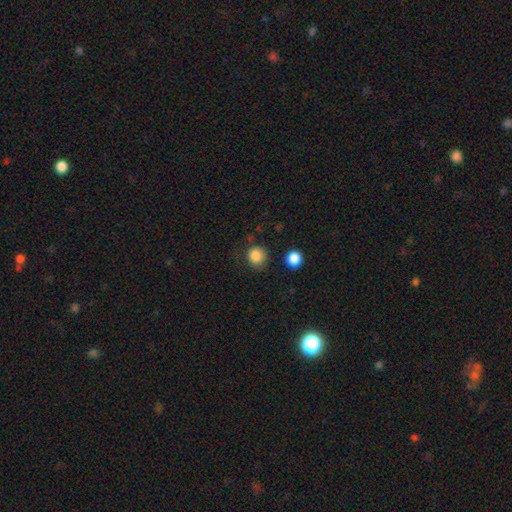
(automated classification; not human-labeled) smooth_or_featured: smooth (p=0.86) [alt: star or artifact p=0.11]
how_rounded: round (p=0.89) [alt: in between p=0.10]
merging: none (p=0.78) [alt: minor disturbance p=0.14]